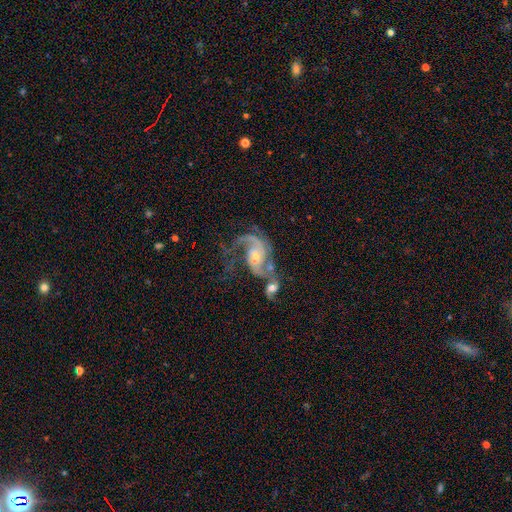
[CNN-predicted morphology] A featured or disk galaxy (87%) with no bar (52%), 2 (68%) medium (47%) spiral arms (96%) and a small central bulge (57%). Merging: merger (31%).